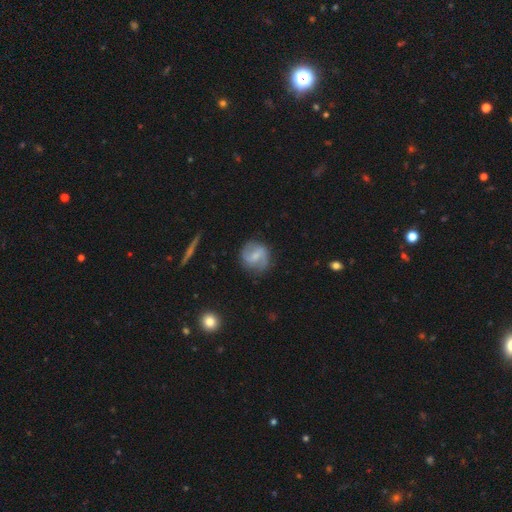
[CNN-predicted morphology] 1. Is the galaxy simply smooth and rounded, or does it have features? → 65% featured or disk, 29% smooth, 7% star or artifact.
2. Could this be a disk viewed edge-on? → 97% no, 3% yes.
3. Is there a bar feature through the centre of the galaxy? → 53% weak, 25% strong, 22% no.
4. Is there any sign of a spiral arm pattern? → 89% yes, 11% no.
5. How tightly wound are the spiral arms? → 46% medium, 33% loose, 21% tight.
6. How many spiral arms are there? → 84% 2, 8% can't tell, 4% 1, 2% 3, 1% 4, 1% more than 4.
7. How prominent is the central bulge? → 44% small, 33% moderate, 18% none, 3% large, 1% dominant.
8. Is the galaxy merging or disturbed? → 77% none, 16% minor disturbance, 5% major disturbance, 1% merger.